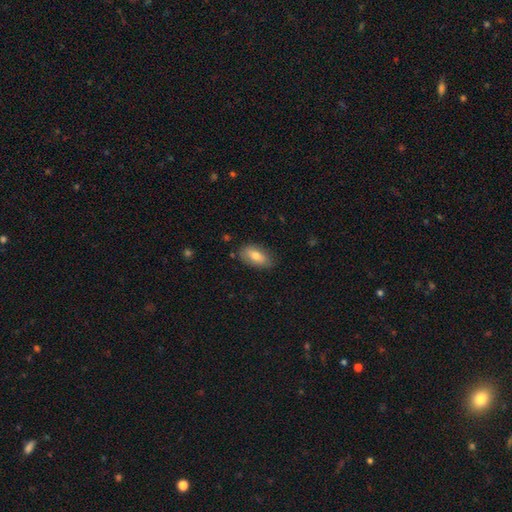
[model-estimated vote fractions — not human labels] Smooth or featured: smooth — 75% (featured or disk — 18%)
How rounded: in between — 90% (cigar-shaped — 6%)
Merging: none — 78% (minor disturbance — 17%)